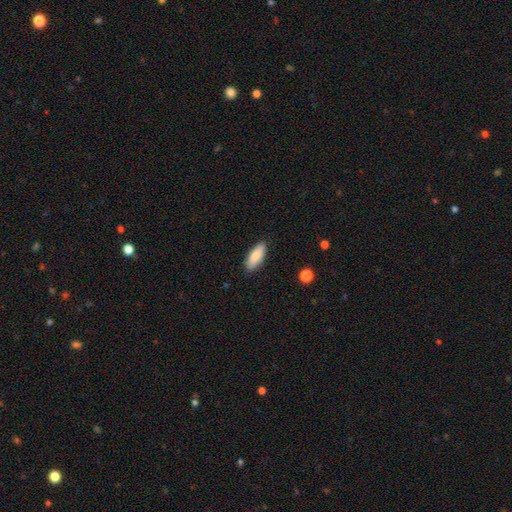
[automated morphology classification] This is clearly a smooth galaxy (82%). How rounded: likely in between (73%). Merging: clearly none (87%).